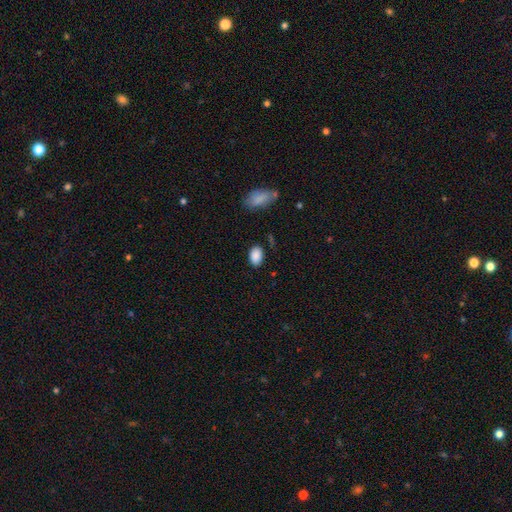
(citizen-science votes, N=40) A smooth galaxy with no disk features (88%) that is in between round and cigar-shaped (71%).

Vote fractions:
- Smooth or featured? smooth: 88% / star or artifact: 8% / featured or disk: 5%
- How rounded? in between: 71% / round: 29% / cigar-shaped: 0%
- Merging? none: 89% / minor disturbance: 11% / major disturbance: 0% / merger: 0%